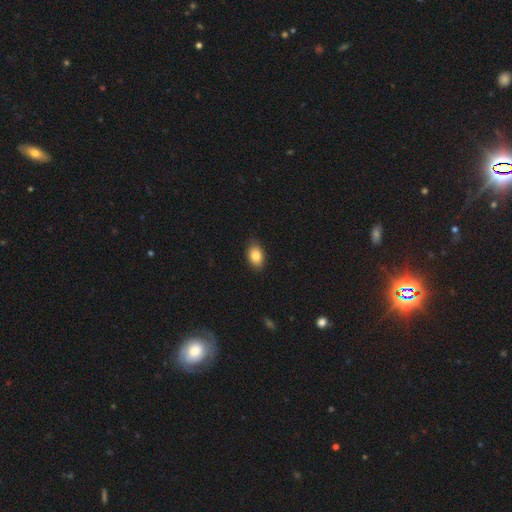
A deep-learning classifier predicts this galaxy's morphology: Overall: smooth (83%). How rounded: in between (87%). Merging: none (87%).